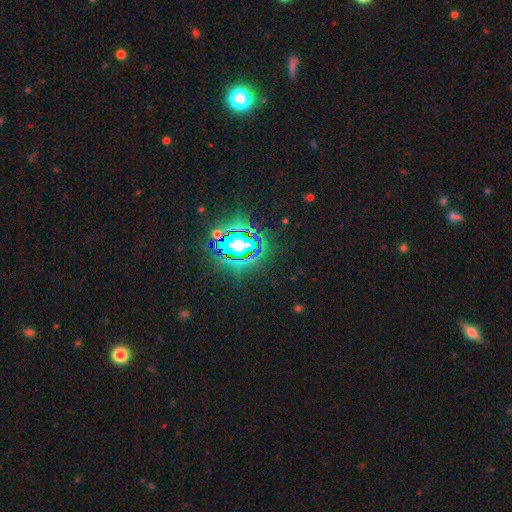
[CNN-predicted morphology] Smooth or featured: star or artifact — 84% (smooth — 9%)